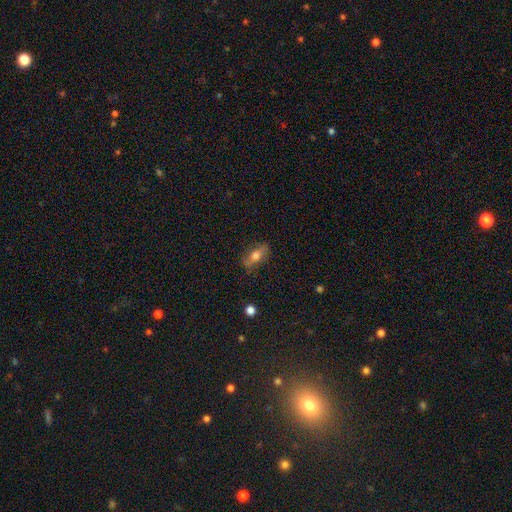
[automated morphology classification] Smooth or featured? Predicted: smooth (p=0.57). How rounded? Predicted: in between (p=0.67). Merging? Predicted: none (p=0.82).